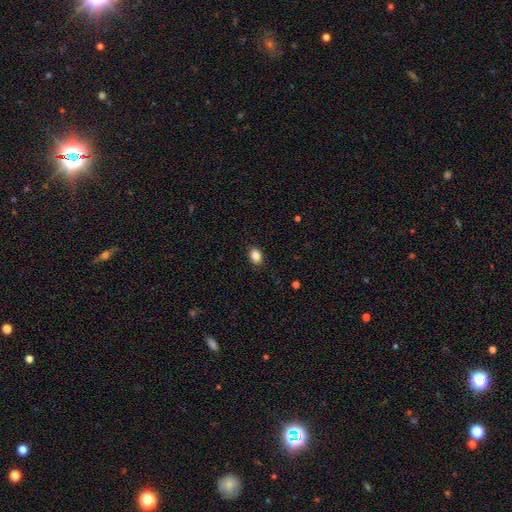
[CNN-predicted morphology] A smooth galaxy with no disk features (85%) that is in between round and cigar-shaped (66%). Merging: none (88%).